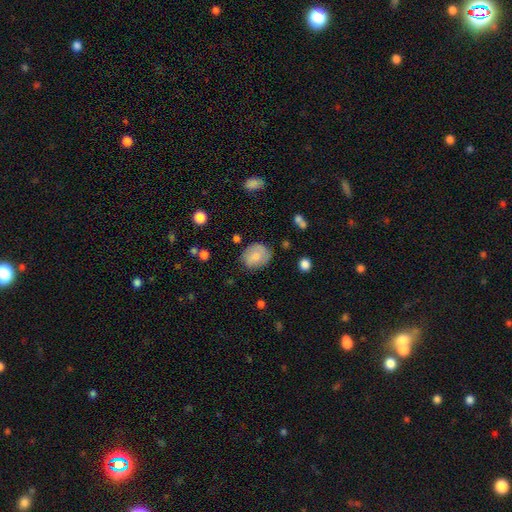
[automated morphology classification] Smooth or featured? Predicted: smooth (p=0.74). How rounded? Predicted: round (p=0.52). Merging? Predicted: none (p=0.68).